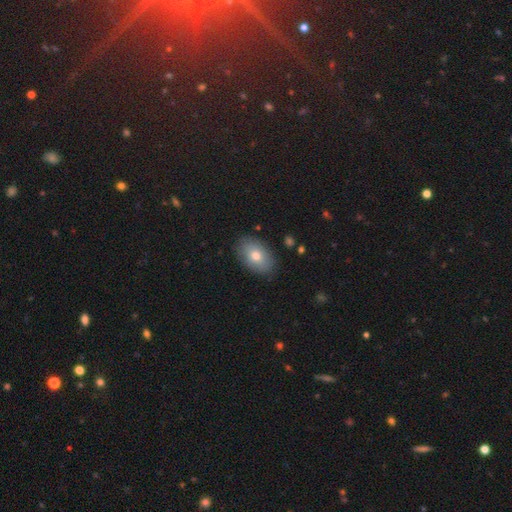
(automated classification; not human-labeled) Q: Smooth or featured?
A: smooth (76%); runner-up: featured or disk (17%)
Q: How rounded?
A: in between (89%); runner-up: round (10%)
Q: Merging?
A: none (86%); runner-up: minor disturbance (11%)